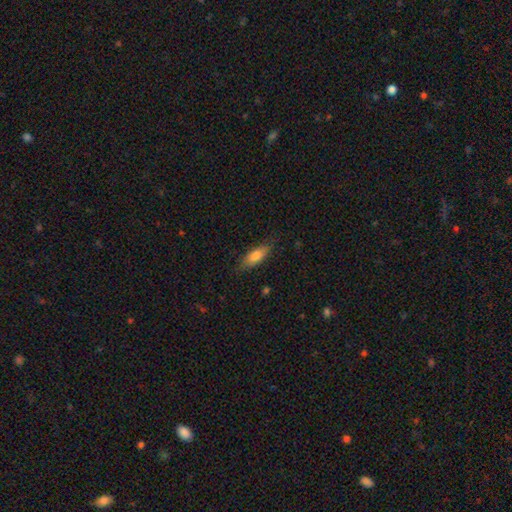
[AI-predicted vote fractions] Overall: smooth (77%). How rounded: in between (66%; cigar-shaped 32%). Merging: none (79%).